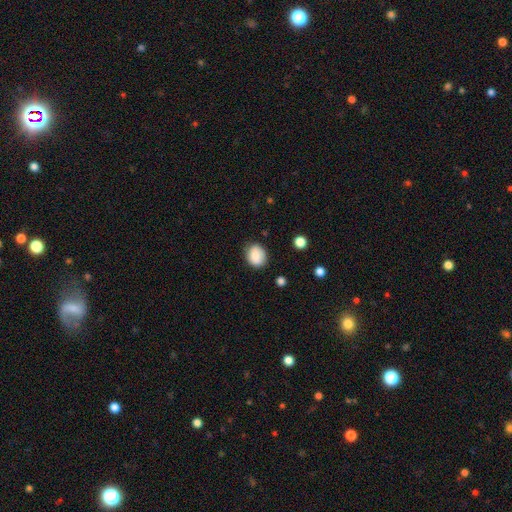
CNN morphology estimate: Overall: smooth (82%). How rounded: round (52%; in between 47%). Merging: none (76%).